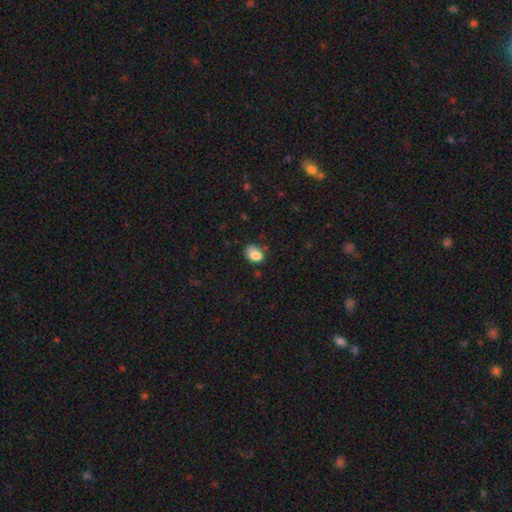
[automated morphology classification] Smooth or featured? Predicted: smooth (p=0.83). How rounded? Predicted: in between (p=0.79). Merging? Predicted: none (p=0.53).